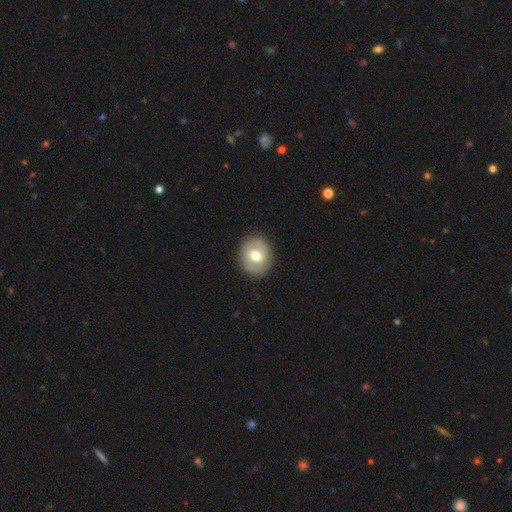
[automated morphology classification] smooth 57%, featured or disk 35%, star or artifact 7%. Down the decision tree: how rounded — round (73%); merging — none (87%).